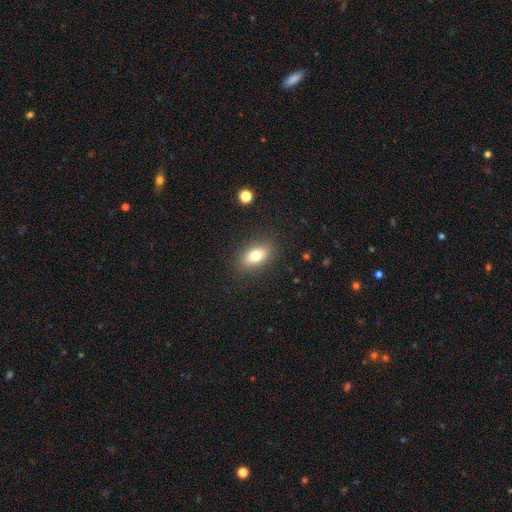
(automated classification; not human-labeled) Q: Smooth or featured?
A: smooth (78%); runner-up: featured or disk (13%)
Q: How rounded?
A: in between (85%); runner-up: round (9%)
Q: Merging?
A: none (86%); runner-up: minor disturbance (10%)